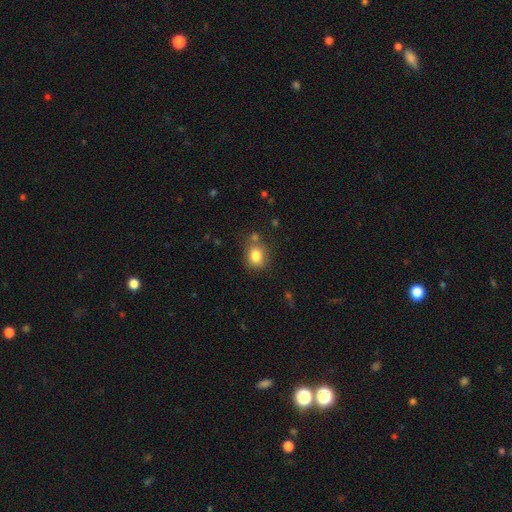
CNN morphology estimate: Overall: smooth (82%). How rounded: round (65%; in between 34%). Merging: none (69%).